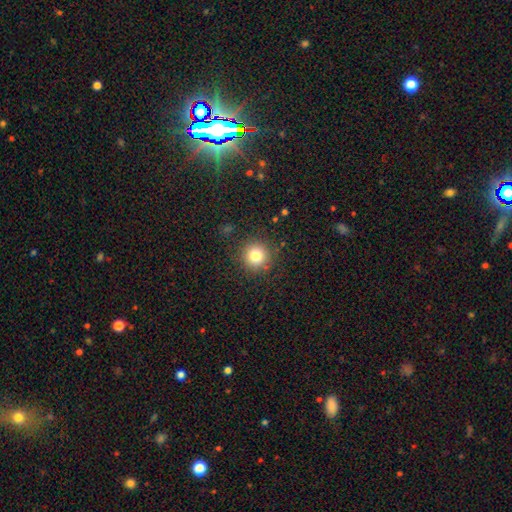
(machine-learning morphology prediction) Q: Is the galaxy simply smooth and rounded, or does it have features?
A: smooth — 80%.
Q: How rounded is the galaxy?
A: round — 94%.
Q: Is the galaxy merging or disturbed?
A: none — 88%.